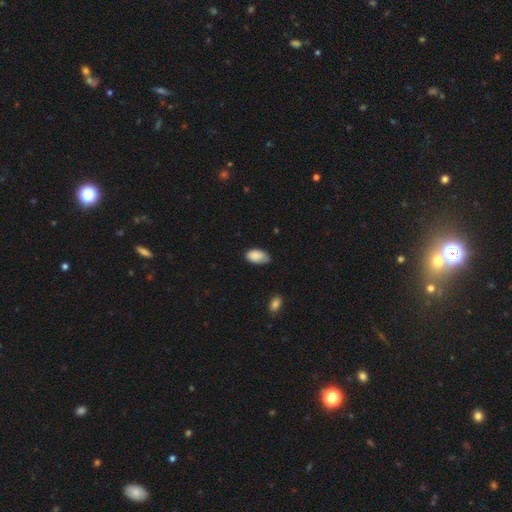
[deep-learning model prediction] Smooth or featured: smooth — 84% (featured or disk — 8%)
How rounded: in between — 94% (round — 5%)
Merging: none — 54% (minor disturbance — 36%)